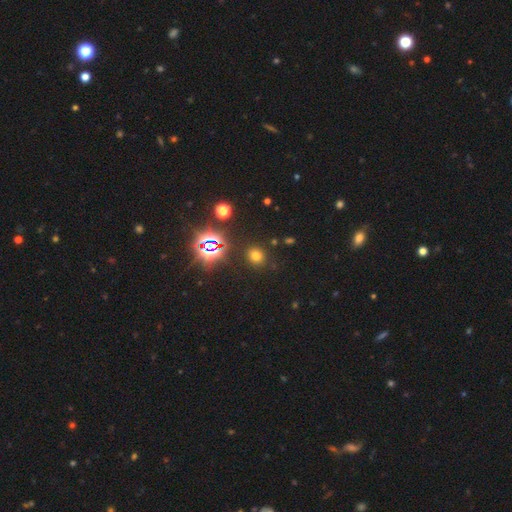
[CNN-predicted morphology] Q: Smooth or featured?
A: smooth (65%); runner-up: star or artifact (28%)
Q: How rounded?
A: round (73%); runner-up: in between (26%)
Q: Merging?
A: none (86%); runner-up: minor disturbance (8%)